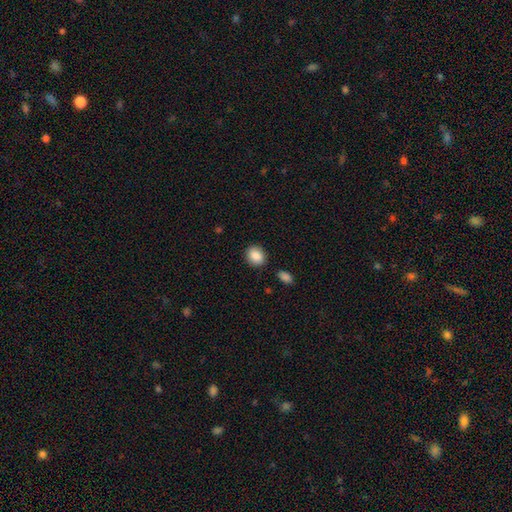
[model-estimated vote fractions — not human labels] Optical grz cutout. It shows a smooth galaxy with no disk features (87%) that is round (56%). Merging: none (85%).